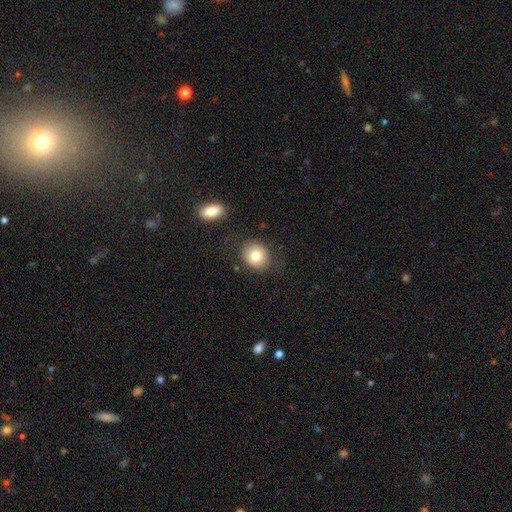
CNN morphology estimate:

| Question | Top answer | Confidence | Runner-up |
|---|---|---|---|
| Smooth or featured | smooth | 79% | featured or disk (12%) |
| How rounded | round | 70% | in between (29%) |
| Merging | none | 77% | minor disturbance (14%) |